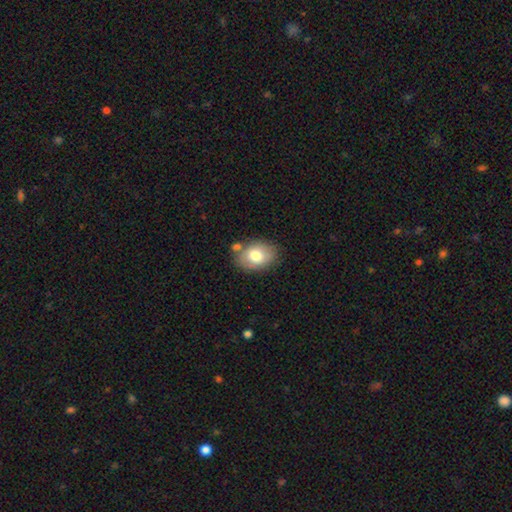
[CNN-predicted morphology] Overall: smooth (75%). How rounded: in between (78%). Merging: none (68%).